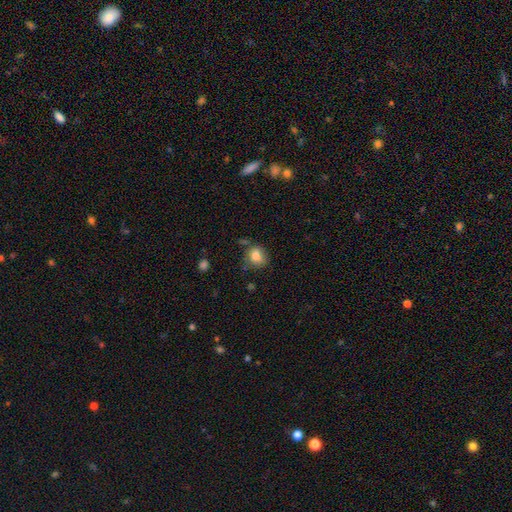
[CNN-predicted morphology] This is clearly a smooth galaxy (82%). How rounded: likely round (66%). Merging: likely none (64%).